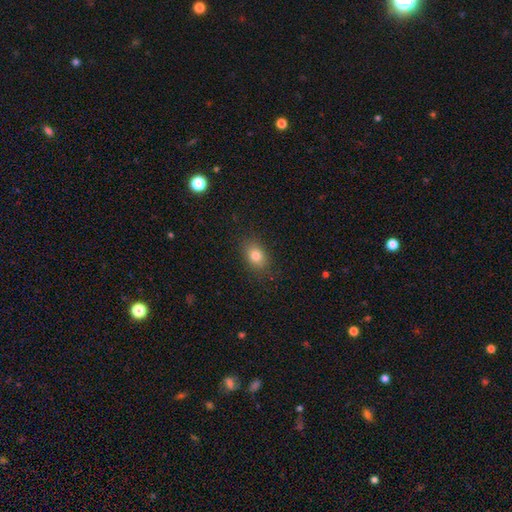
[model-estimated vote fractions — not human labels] smooth 81%, star or artifact 10%, featured or disk 9%. Down the decision tree: how rounded — in between (77%); merging — none (85%).